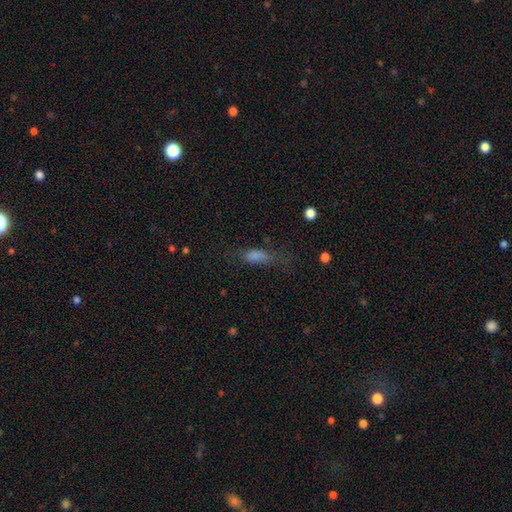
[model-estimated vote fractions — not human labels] smooth_or_featured: smooth (p=0.67) [alt: featured or disk p=0.17]
how_rounded: in between (p=0.54) [alt: cigar-shaped p=0.42]
merging: none (p=0.53) [alt: minor disturbance p=0.24]